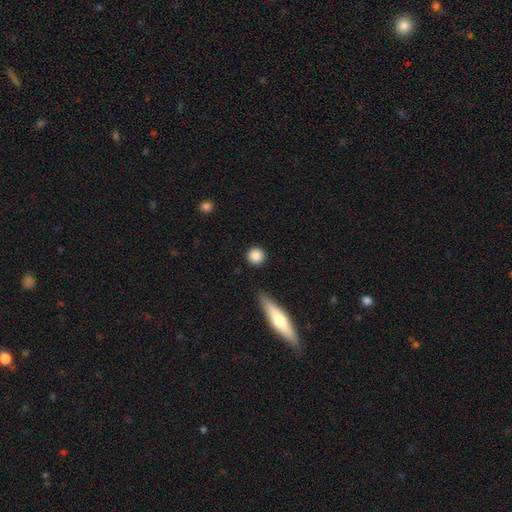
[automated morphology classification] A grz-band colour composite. It shows a smooth galaxy with no disk features (87%) that is round (93%). Merging: none (88%).